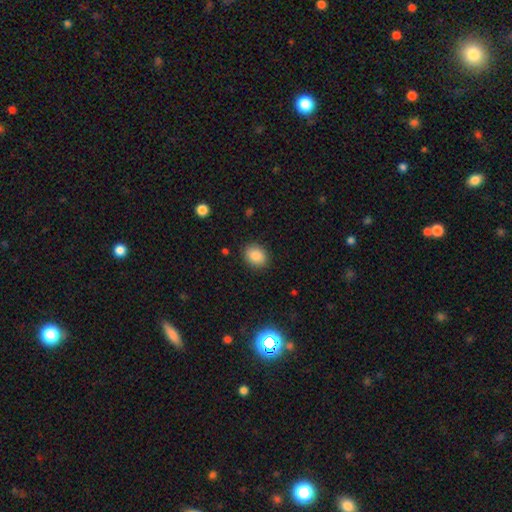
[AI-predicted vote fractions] smooth 87%, star or artifact 9%, featured or disk 4%. Down the decision tree: how rounded — in between (51%); merging — none (87%).